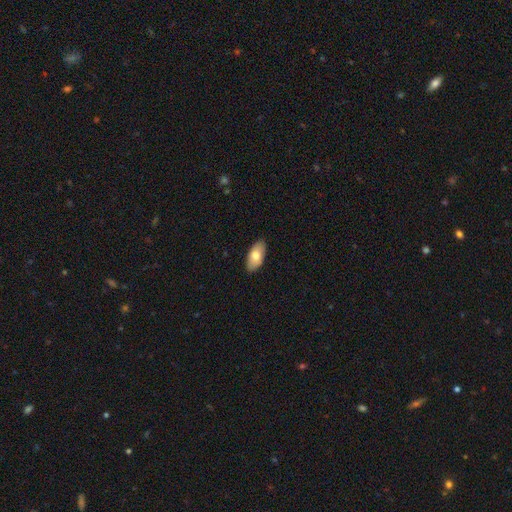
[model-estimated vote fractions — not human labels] A smooth galaxy with no disk features (77%) that is in between round and cigar-shaped (93%). Merging: none (88%).